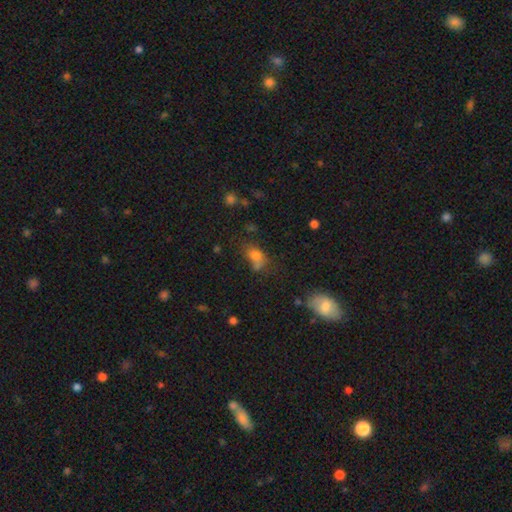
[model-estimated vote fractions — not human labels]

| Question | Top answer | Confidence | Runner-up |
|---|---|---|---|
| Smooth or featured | smooth | 70% | star or artifact (17%) |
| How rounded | in between | 72% | round (24%) |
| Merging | none | 40% | merger (27%) |